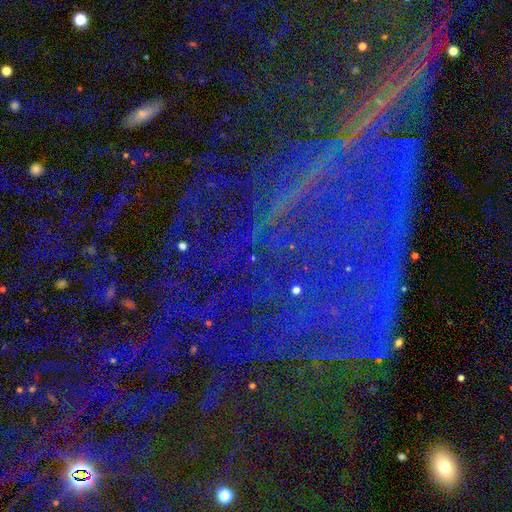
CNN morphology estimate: A star or artifact, not a galaxy (85%).

Vote fractions:
- Smooth or featured? star or artifact: 85% / featured or disk: 8% / smooth: 7%